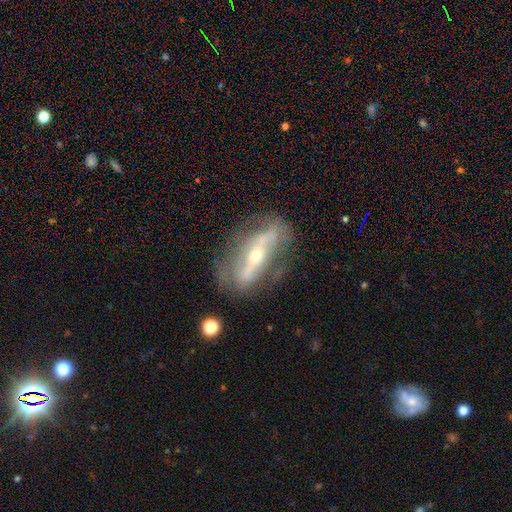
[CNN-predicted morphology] Smooth or featured? featured or disk (79%)
Edge-on disk? no (66%)
Bar? strong (67%)
Spiral arms? no (51%)
Bulge size? small (59%)
Merging? none (70%)